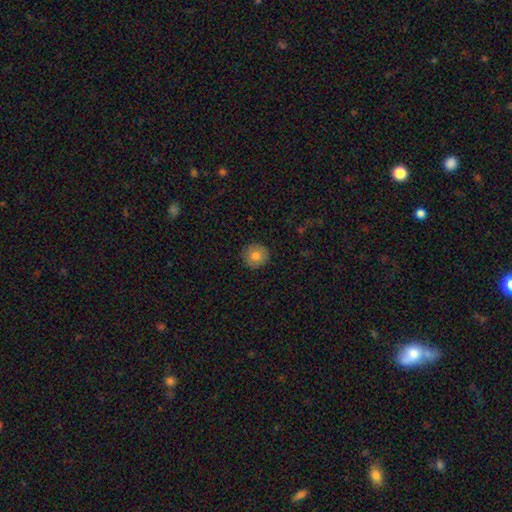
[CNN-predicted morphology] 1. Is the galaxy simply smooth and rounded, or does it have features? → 81% smooth, 11% featured or disk, 9% star or artifact.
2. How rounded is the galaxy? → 94% round, 5% in between, 1% cigar-shaped.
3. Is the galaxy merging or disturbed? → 91% none, 7% minor disturbance, 2% major disturbance, 1% merger.